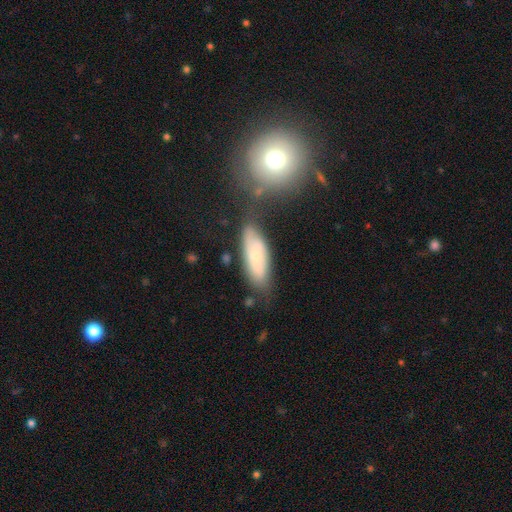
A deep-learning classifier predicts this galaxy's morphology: smooth_or_featured: smooth (p=0.52) [alt: featured or disk p=0.40]
how_rounded: in between (p=0.70) [alt: cigar-shaped p=0.27]
merging: none (p=0.63) [alt: minor disturbance p=0.22]